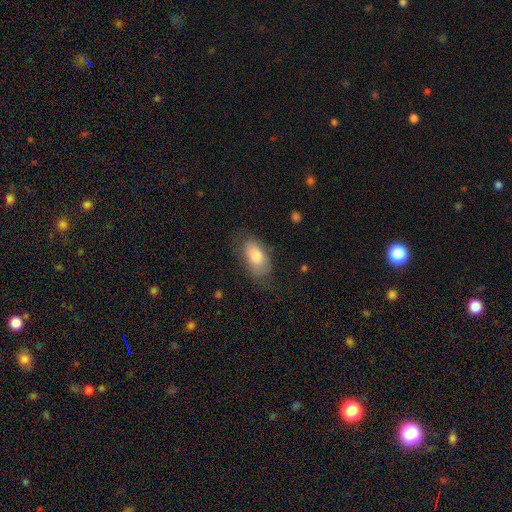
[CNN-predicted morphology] smooth 77%, featured or disk 16%, star or artifact 7%. Down the decision tree: how rounded — in between (92%); merging — none (69%).